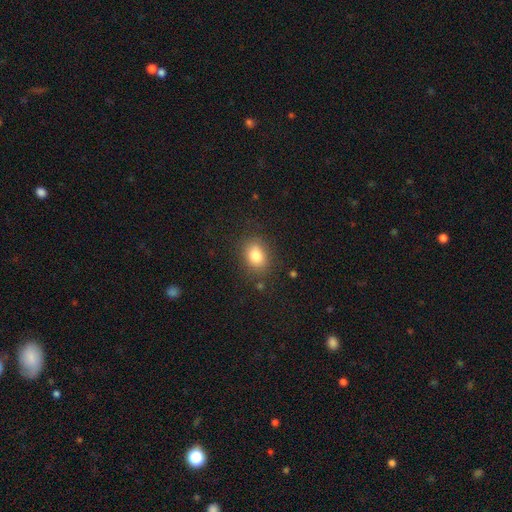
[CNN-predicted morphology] A smooth galaxy with no disk features (82%) that is in between round and cigar-shaped (64%).

Vote fractions:
- Smooth or featured? smooth: 82% / star or artifact: 10% / featured or disk: 8%
- How rounded? in between: 64% / round: 35% / cigar-shaped: 1%
- Merging? none: 82% / minor disturbance: 12% / major disturbance: 4% / merger: 2%